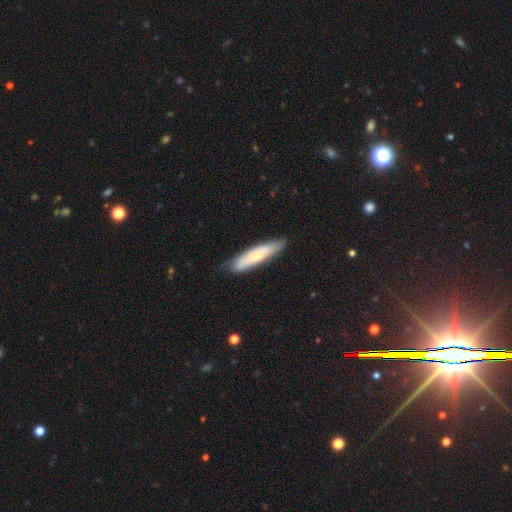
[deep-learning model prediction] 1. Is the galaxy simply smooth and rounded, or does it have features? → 55% smooth, 39% featured or disk, 6% star or artifact.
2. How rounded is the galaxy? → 75% cigar-shaped, 24% in between, 2% round.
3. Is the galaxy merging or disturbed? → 79% none, 17% minor disturbance, 3% major disturbance, 1% merger.